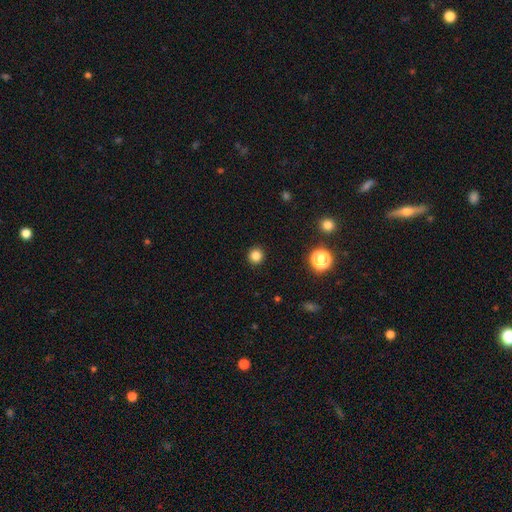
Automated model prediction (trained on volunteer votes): This appears to be a smooth galaxy with no disk features (83%) that is round (95%). Merging: none (93%).